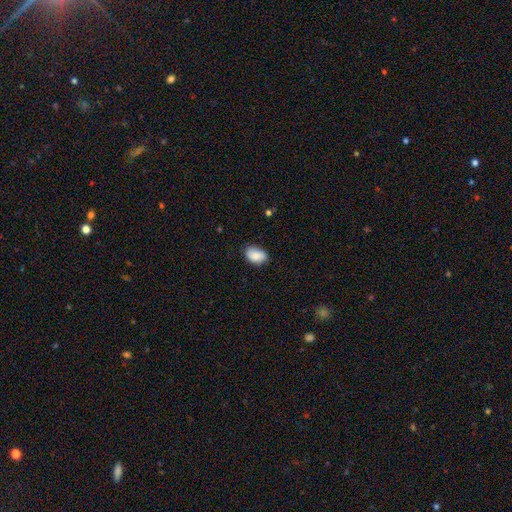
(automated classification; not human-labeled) smooth-or-featured: smooth: 87% | star or artifact: 7% | featured or disk: 6%
  how-rounded: in between: 87% | round: 12% | cigar-shaped: 1%
  merging: none: 75% | minor disturbance: 21% | major disturbance: 3% | merger: 1%